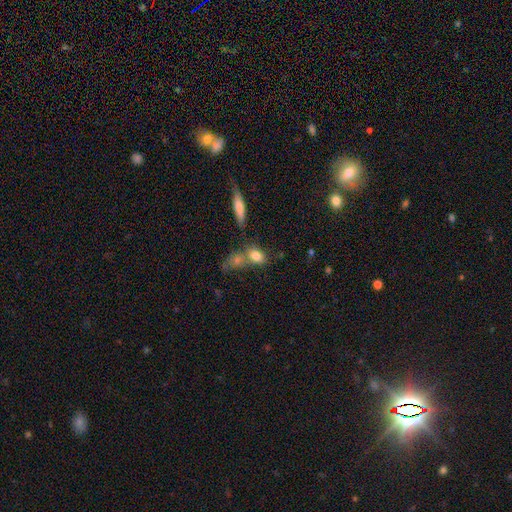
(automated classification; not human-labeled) Overall: smooth (80%). How rounded: in between (73%). Merging: none (48%; merger 33%).